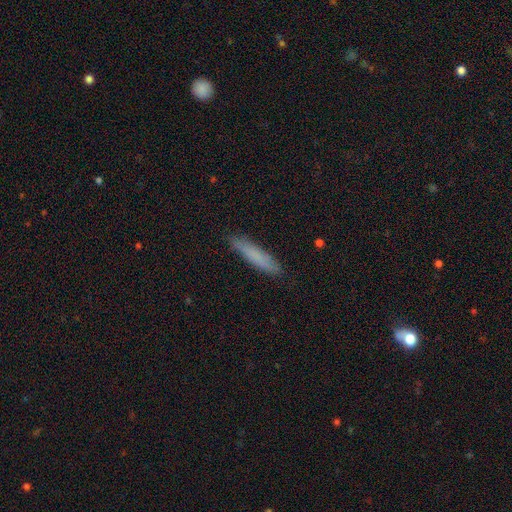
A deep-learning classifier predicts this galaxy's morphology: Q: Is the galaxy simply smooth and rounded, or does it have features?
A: smooth — 77%.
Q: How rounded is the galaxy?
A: cigar-shaped — 88%.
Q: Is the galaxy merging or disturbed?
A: none — 86%.